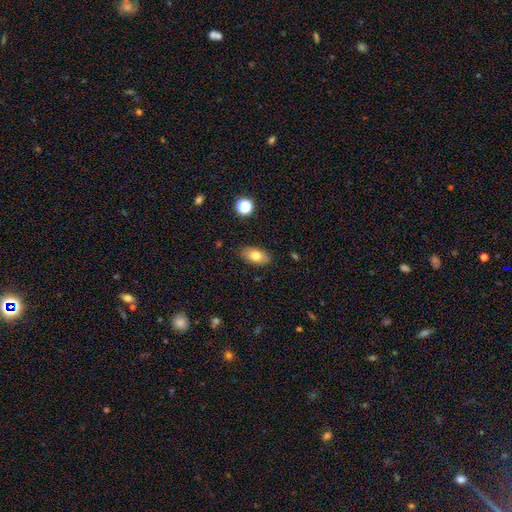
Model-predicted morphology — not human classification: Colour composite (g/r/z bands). It shows a smooth galaxy with no disk features (76%) that is in between round and cigar-shaped (91%). Merging: none (86%).